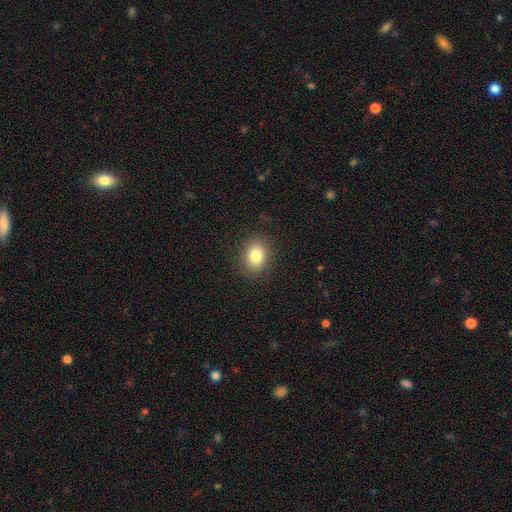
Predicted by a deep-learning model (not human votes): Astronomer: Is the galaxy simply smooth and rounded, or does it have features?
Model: smooth — 83%.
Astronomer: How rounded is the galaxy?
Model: in between — 58% (runner-up: round, 41%).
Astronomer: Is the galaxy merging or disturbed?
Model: none — 87%.